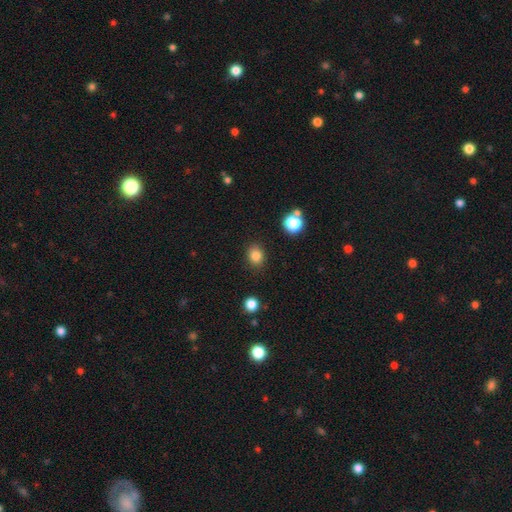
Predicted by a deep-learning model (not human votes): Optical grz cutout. It shows a smooth galaxy with no disk features (83%) that is round (59%). Merging: none (86%).